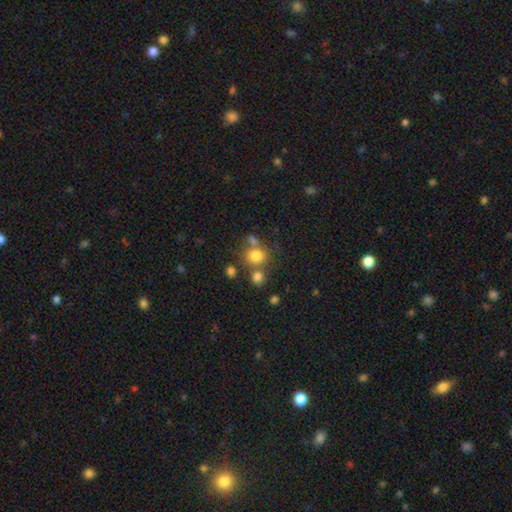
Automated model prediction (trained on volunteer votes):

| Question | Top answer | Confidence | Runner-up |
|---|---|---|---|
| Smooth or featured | smooth | 77% | star or artifact (14%) |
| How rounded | round | 84% | in between (15%) |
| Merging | none | 59% | merger (25%) |